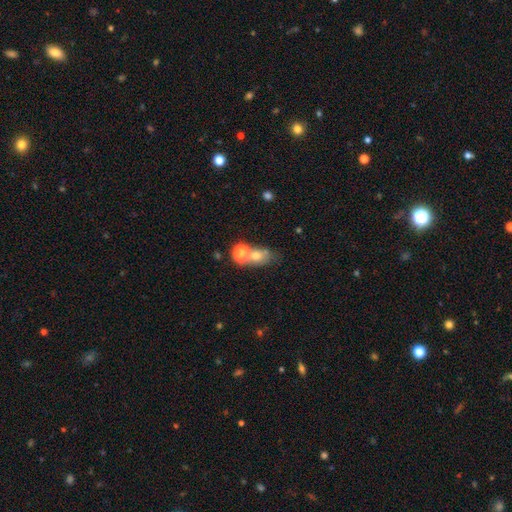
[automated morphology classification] smooth_or_featured: smooth (p=0.67) [alt: featured or disk p=0.17]
how_rounded: in between (p=0.49) [alt: round p=0.48]
merging: merger (p=0.42) [alt: none p=0.40]